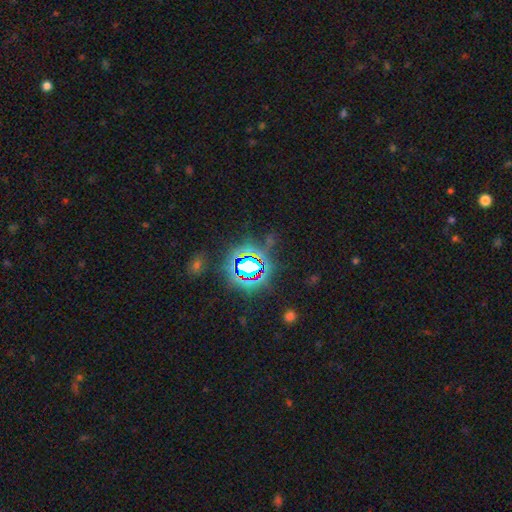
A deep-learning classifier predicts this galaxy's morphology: Smooth or featured: star or artifact — 80% (smooth — 12%)